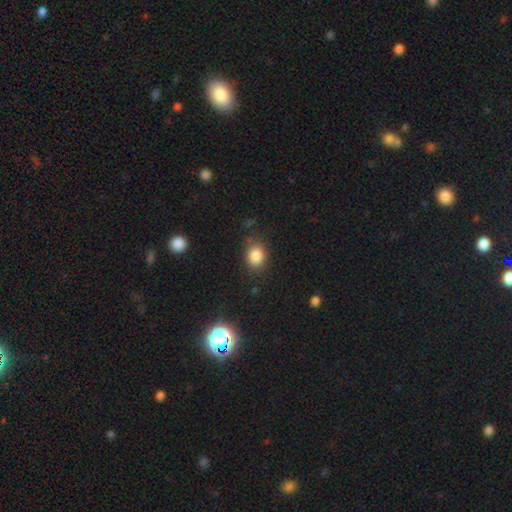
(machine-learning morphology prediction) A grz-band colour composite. It shows a smooth galaxy with no disk features (85%) that is round (50%). Merging: none (80%).